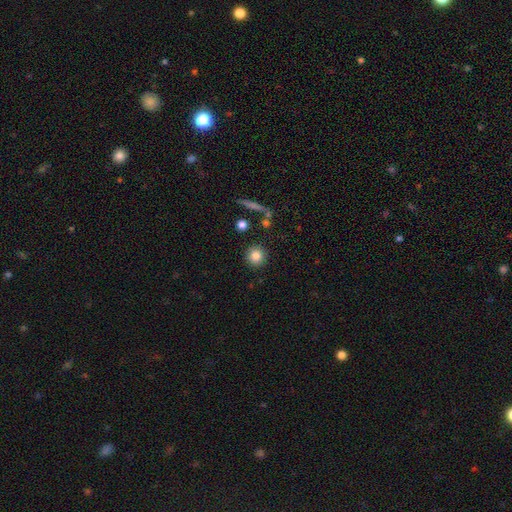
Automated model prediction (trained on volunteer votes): Smooth or featured? Predicted: smooth (p=0.83). How rounded? Predicted: round (p=0.92). Merging? Predicted: none (p=0.88).